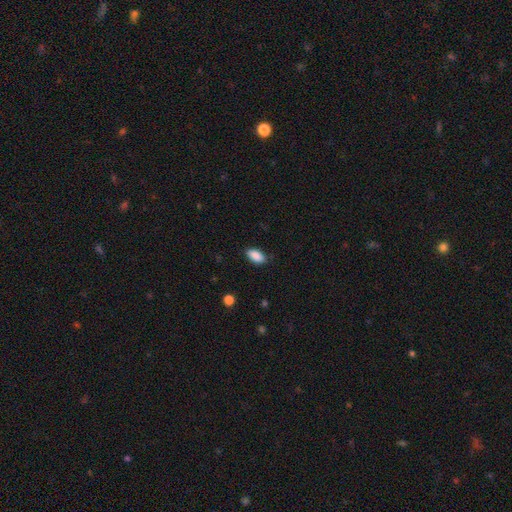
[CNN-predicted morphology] This appears to be a smooth galaxy with no disk features (89%) that is in between round and cigar-shaped (93%). Merging: none (84%).